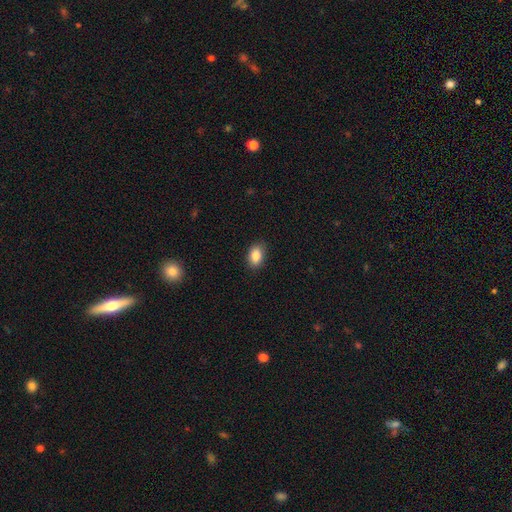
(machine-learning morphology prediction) smooth 86%, star or artifact 8%, featured or disk 6%. Down the decision tree: how rounded — in between (85%); merging — none (87%).